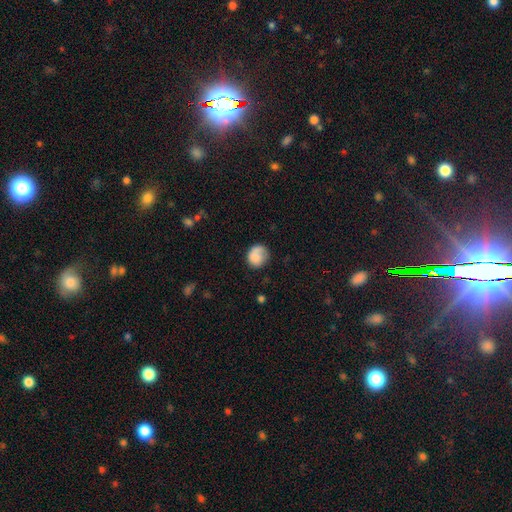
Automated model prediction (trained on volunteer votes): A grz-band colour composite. It shows a smooth galaxy with no disk features (77%) that is round (78%). Merging: none (61%).